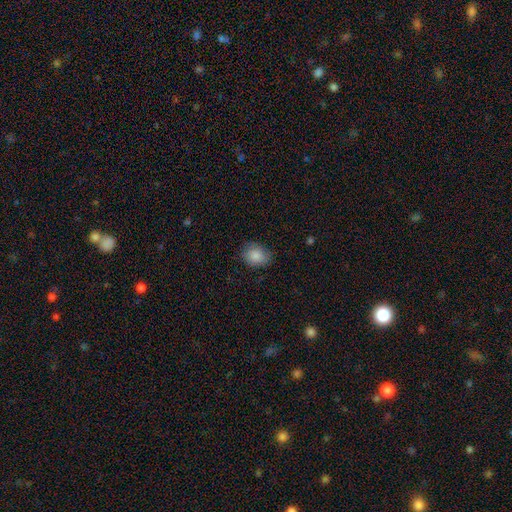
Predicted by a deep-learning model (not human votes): Overall: smooth (87%). How rounded: in between (52%; round 47%). Merging: none (81%).